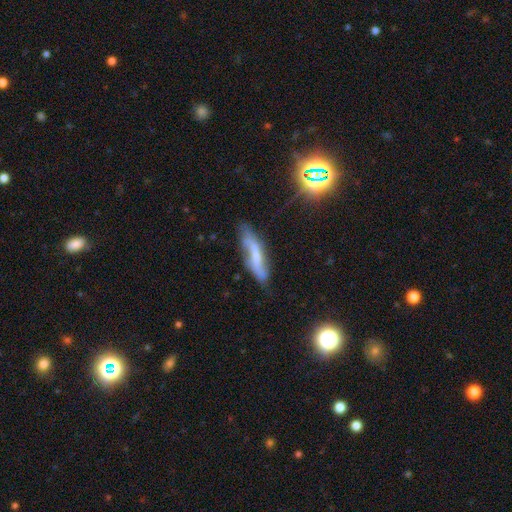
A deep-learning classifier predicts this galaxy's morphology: A featured or disk galaxy (56%). Merging: none (55%).